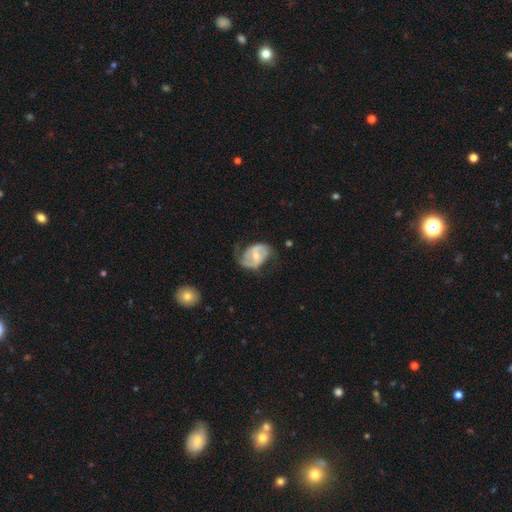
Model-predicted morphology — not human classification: Smooth or featured? Predicted: featured or disk (p=0.74). Edge-on disk? Predicted: no (p=0.97). Bar? Predicted: weak (p=0.41). Spiral arms? Predicted: yes (p=0.85). Spiral winding? Predicted: medium (p=0.42). Spiral arm count? Predicted: 2 (p=0.84). Bulge size? Predicted: moderate (p=0.60). Merging? Predicted: none (p=0.59).